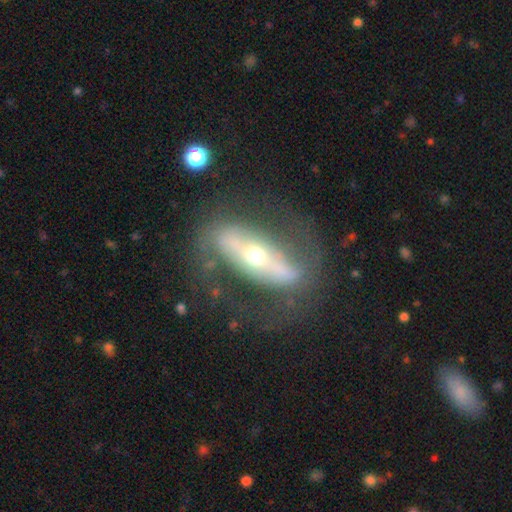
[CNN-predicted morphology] Smooth or featured? featured or disk (75%)
Edge-on disk? no (73%)
Bar? strong (59%)
Spiral arms? no (52%)
Bulge size? moderate (49%)
Merging? none (68%)